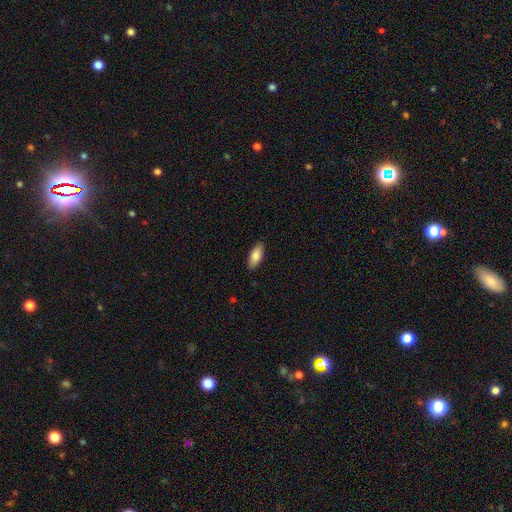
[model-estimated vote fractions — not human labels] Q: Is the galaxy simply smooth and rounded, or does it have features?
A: smooth — 84%.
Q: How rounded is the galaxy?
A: in between — 84%.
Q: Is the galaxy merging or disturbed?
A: none — 88%.